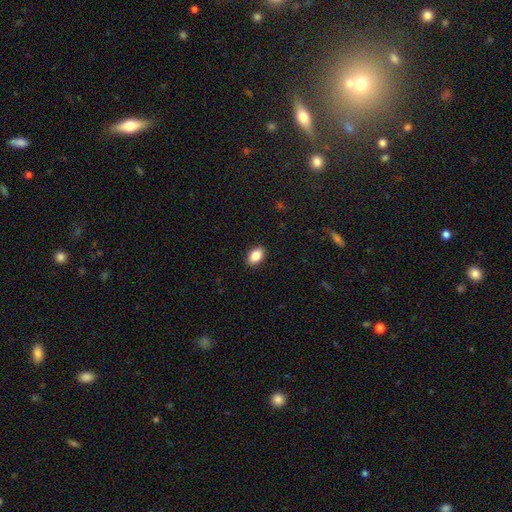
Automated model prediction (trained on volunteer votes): Overall: smooth (85%). How rounded: in between (86%). Merging: none (90%).